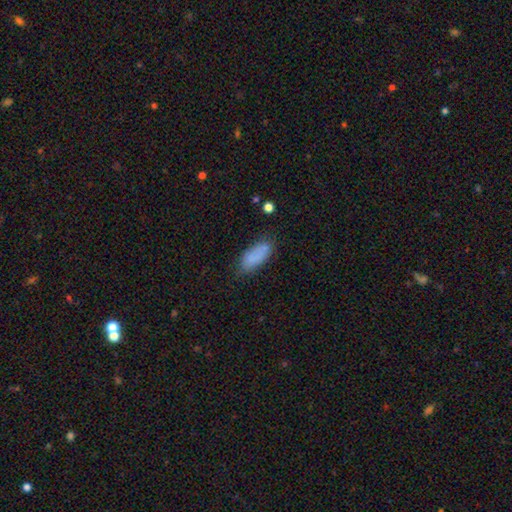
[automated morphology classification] Smooth or featured? smooth (84%)
How rounded? in between (82%)
Merging? none (70%)